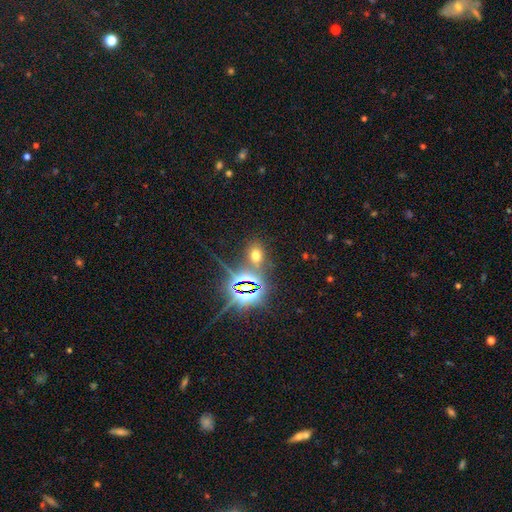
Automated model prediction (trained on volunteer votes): Smooth or featured?
  - smooth: 50% *
  - star or artifact: 41%
  - featured or disk: 9%
Merging?
  - none: 73% *
  - merger: 11%
  - minor disturbance: 10%
  - major disturbance: 6%